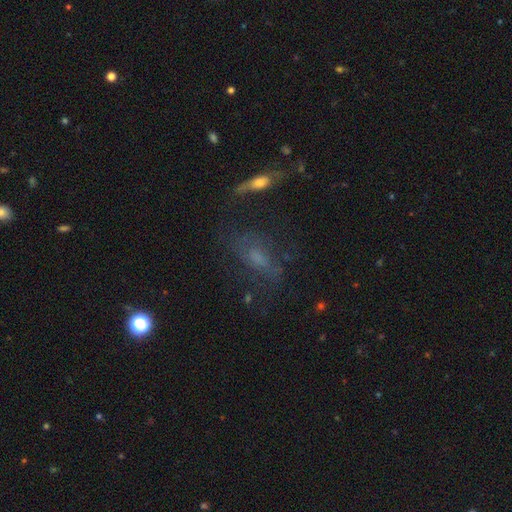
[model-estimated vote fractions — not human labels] This is marginally a featured or disk galaxy (42%). Merging: possibly none (58%).